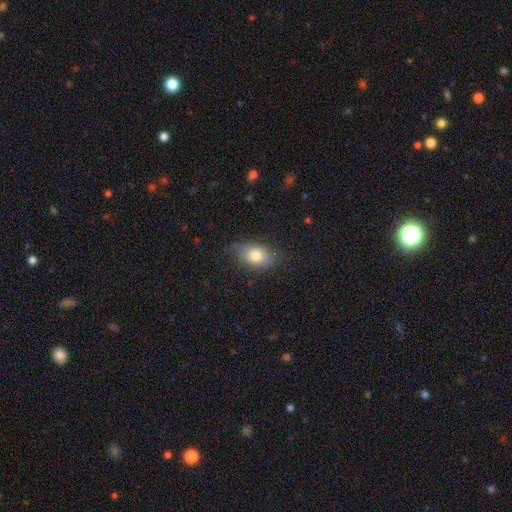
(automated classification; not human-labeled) Smooth or featured? Predicted: smooth (p=0.77). How rounded? Predicted: in between (p=0.85). Merging? Predicted: none (p=0.72).